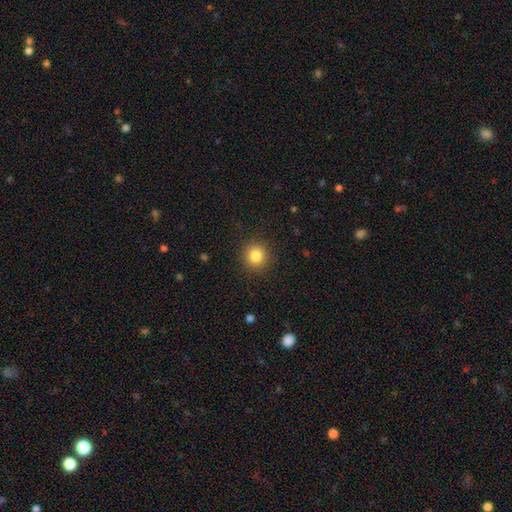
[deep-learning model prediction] Smooth or featured? Predicted: smooth (p=0.83). How rounded? Predicted: round (p=0.92). Merging? Predicted: none (p=0.90).